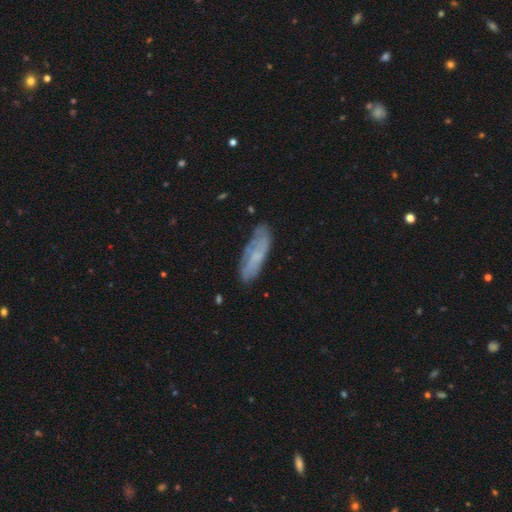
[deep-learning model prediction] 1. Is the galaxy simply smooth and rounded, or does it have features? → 50% smooth, 42% featured or disk, 8% star or artifact.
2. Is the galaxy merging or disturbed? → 70% none, 22% minor disturbance, 6% major disturbance, 2% merger.